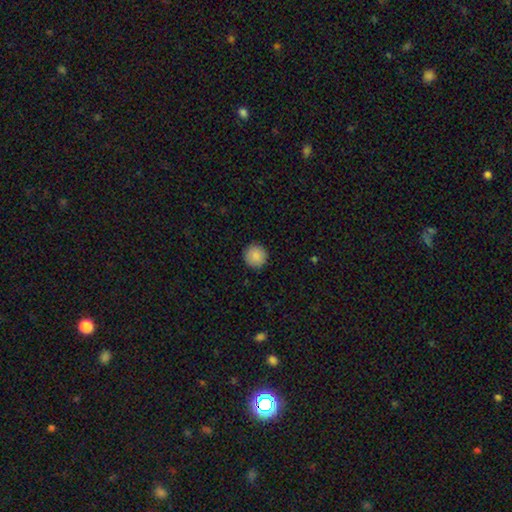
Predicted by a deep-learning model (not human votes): Smooth or featured: smooth — 88% (star or artifact — 8%)
How rounded: round — 95% (in between — 4%)
Merging: none — 92% (minor disturbance — 6%)